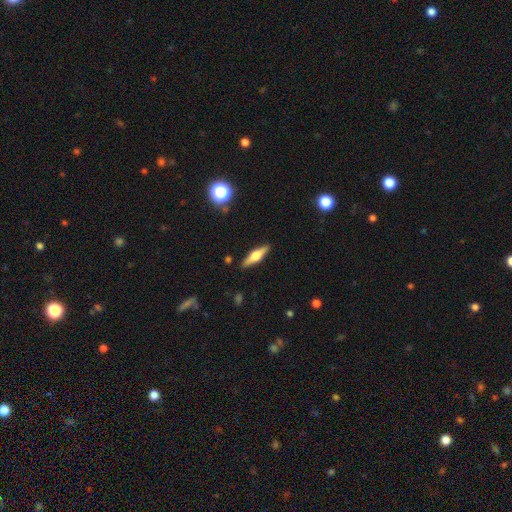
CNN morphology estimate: The model was most divided on "smooth or featured": featured or disk: 56%, smooth: 38%, star or artifact: 7%. More confident: edge-on disk — yes (95%); edge-on bulge — rounded (92%); merging — none (89%).